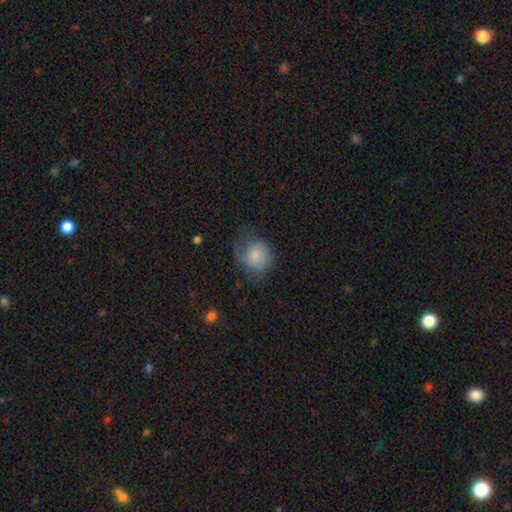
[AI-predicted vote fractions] The model was most divided on "merging": none: 43%, minor disturbance: 28%, major disturbance: 27%, merger: 2%. More confident: how rounded — round (67%); smooth or featured — smooth (62%).